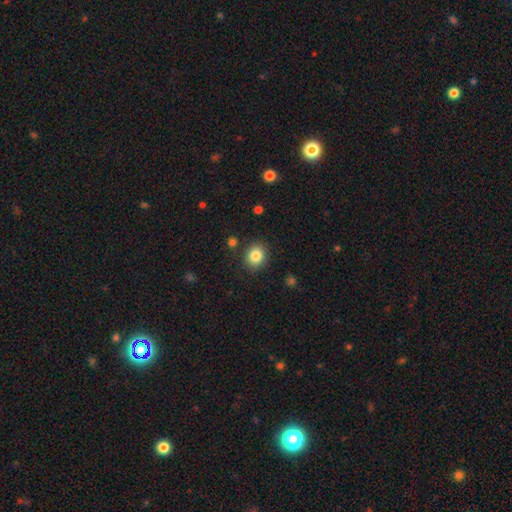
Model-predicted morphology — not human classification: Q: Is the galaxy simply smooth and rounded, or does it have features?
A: smooth — 84%.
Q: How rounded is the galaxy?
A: round — 72%.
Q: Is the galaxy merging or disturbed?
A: none — 87%.